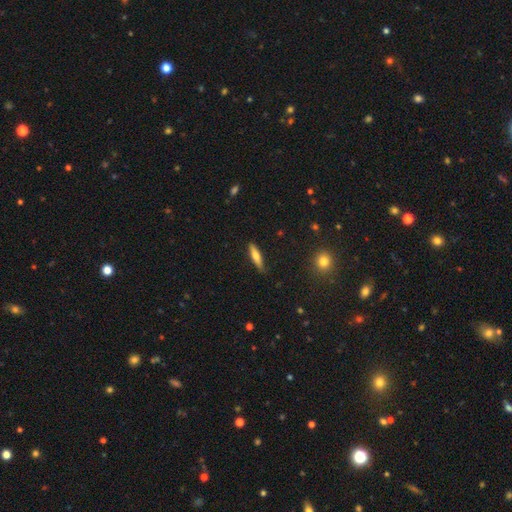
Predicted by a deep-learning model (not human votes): Smooth or featured? smooth (63%)
How rounded? cigar-shaped (77%)
Merging? none (84%)